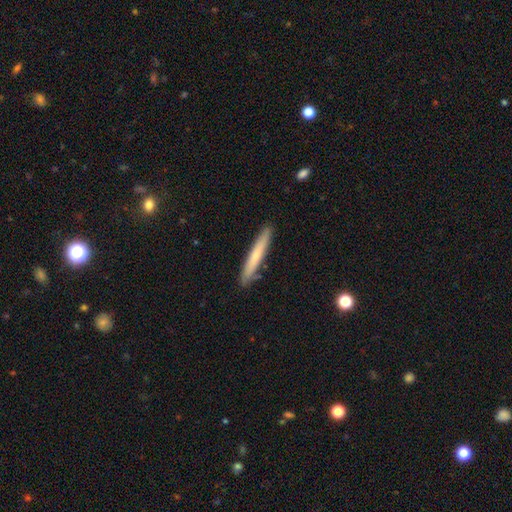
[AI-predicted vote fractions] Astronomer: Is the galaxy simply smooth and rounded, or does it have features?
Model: smooth — 64%.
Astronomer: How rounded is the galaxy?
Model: cigar-shaped — 95%.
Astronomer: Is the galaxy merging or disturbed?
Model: none — 88%.